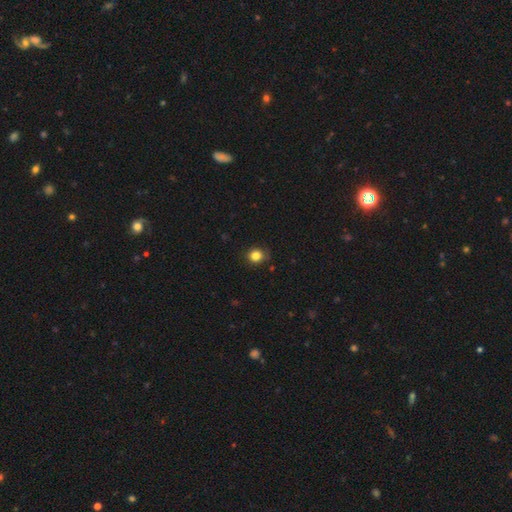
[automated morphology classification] smooth_or_featured: smooth (p=0.83) [alt: star or artifact p=0.12]
how_rounded: round (p=0.81) [alt: in between p=0.18]
merging: none (p=0.81) [alt: minor disturbance p=0.15]